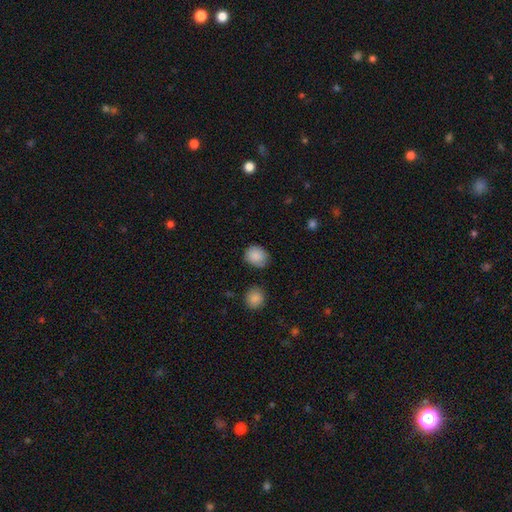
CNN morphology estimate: smooth_or_featured: smooth (p=0.88) [alt: star or artifact p=0.08]
how_rounded: round (p=0.70) [alt: in between p=0.29]
merging: none (p=0.79) [alt: minor disturbance p=0.15]